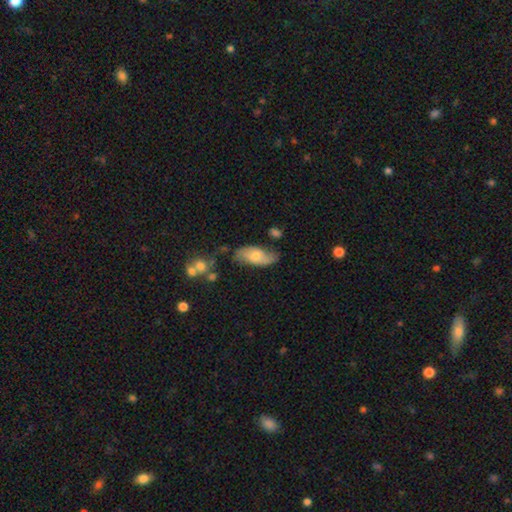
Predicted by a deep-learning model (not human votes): Smooth or featured: smooth — 51% (featured or disk — 42%)
How rounded: in between — 85% (cigar-shaped — 12%)
Merging: none — 61% (minor disturbance — 26%)